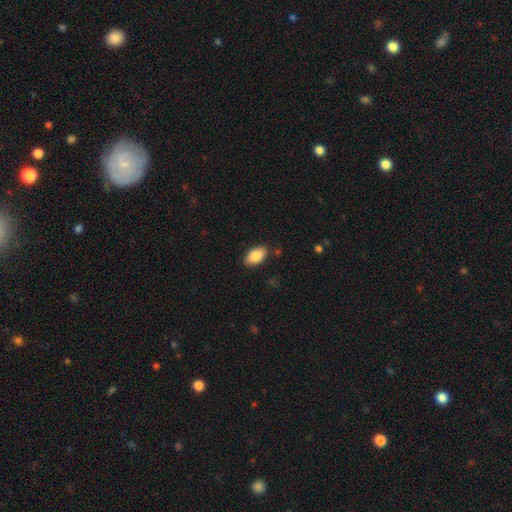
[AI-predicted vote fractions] The model was most divided on "merging": none: 86%, minor disturbance: 10%, major disturbance: 2%, merger: 2%. More confident: how rounded — in between (94%); smooth or featured — smooth (86%).